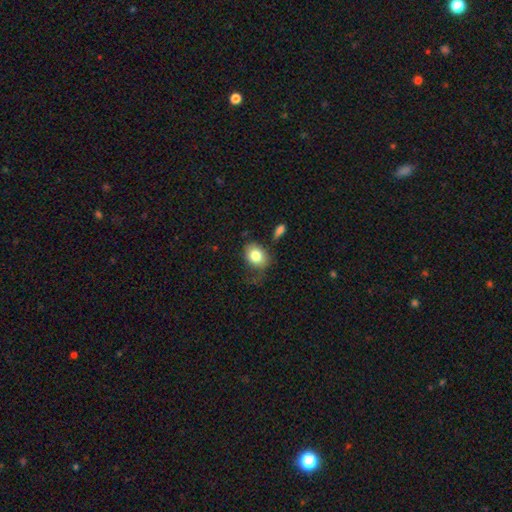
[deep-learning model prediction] Smooth or featured? smooth (80%)
How rounded? in between (55%)
Merging? none (55%)